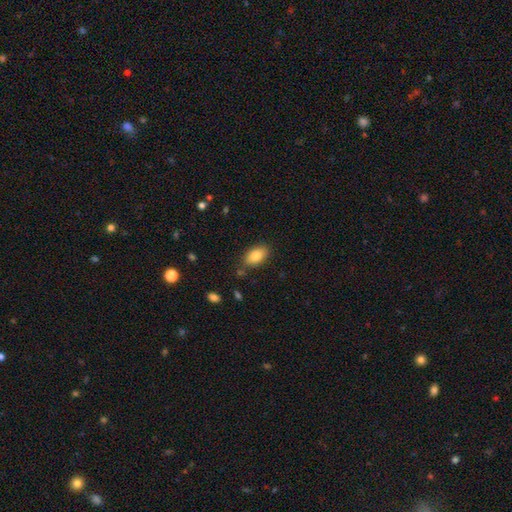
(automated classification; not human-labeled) Q: Smooth or featured?
A: smooth (85%); runner-up: featured or disk (8%)
Q: How rounded?
A: in between (91%); runner-up: round (7%)
Q: Merging?
A: none (81%); runner-up: minor disturbance (13%)